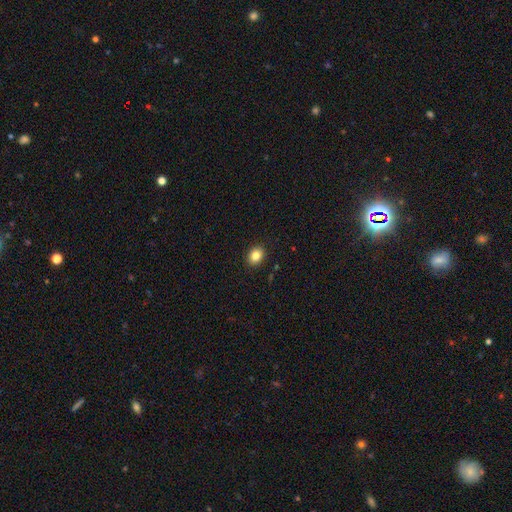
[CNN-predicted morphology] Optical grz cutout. It shows a smooth galaxy with no disk features (85%) that is in between round and cigar-shaped (59%). Merging: none (91%).